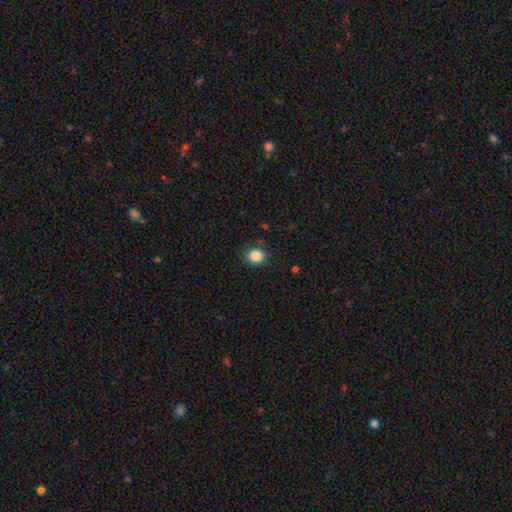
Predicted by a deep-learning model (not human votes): Smooth or featured: smooth — 87% (star or artifact — 10%)
How rounded: round — 64% (in between — 35%)
Merging: none — 82% (minor disturbance — 13%)